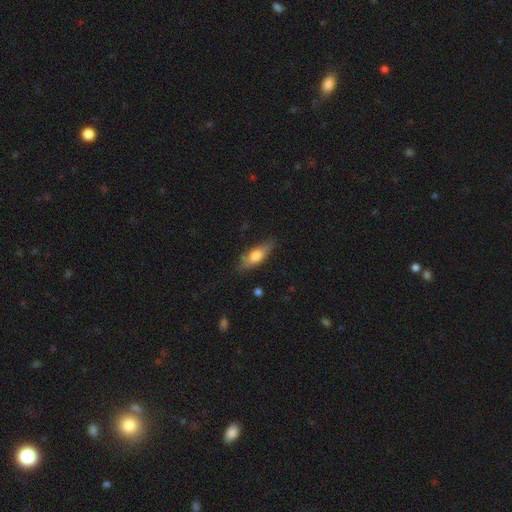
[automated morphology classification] Overall: smooth (65%; featured or disk 29%). How rounded: in between (64%; cigar-shaped 32%). Merging: none (75%).